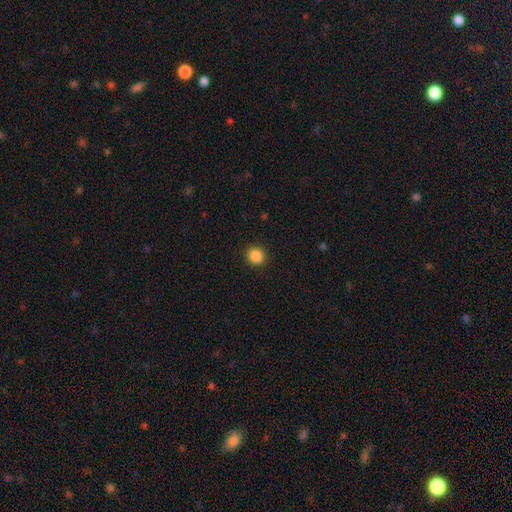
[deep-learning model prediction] A smooth galaxy with no disk features (87%) that is round (83%). Merging: none (91%).